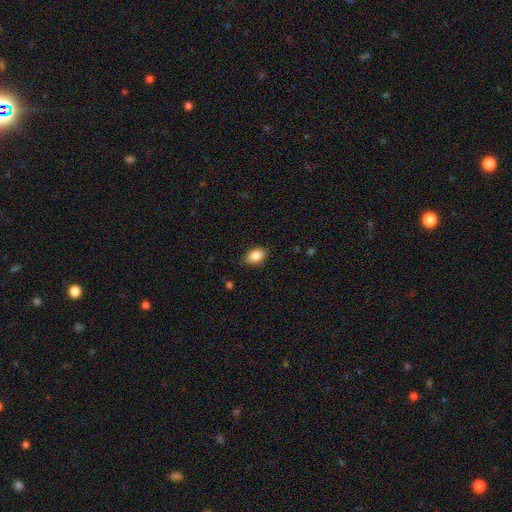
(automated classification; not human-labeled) A smooth galaxy with no disk features (86%) that is in between round and cigar-shaped (88%).

Vote fractions:
- Smooth or featured? smooth: 86% / star or artifact: 7% / featured or disk: 6%
- How rounded? in between: 88% / round: 10% / cigar-shaped: 2%
- Merging? none: 86% / minor disturbance: 11% / major disturbance: 2% / merger: 1%